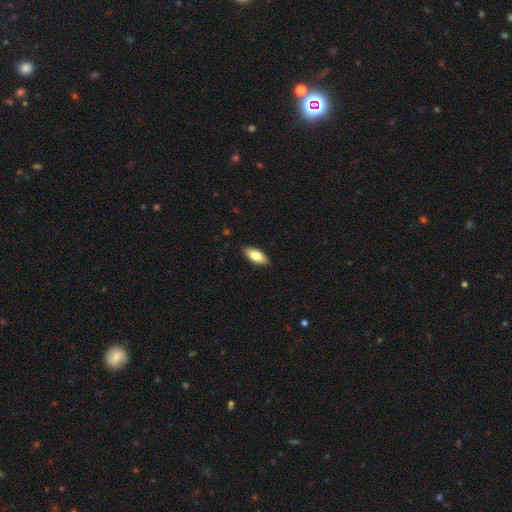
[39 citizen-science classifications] Q: Smooth or featured?
A: smooth (90%); runner-up: featured or disk (8%)
Q: How rounded?
A: in between (91%); runner-up: cigar-shaped (6%)
Q: Merging?
A: none (89%); runner-up: minor disturbance (8%)